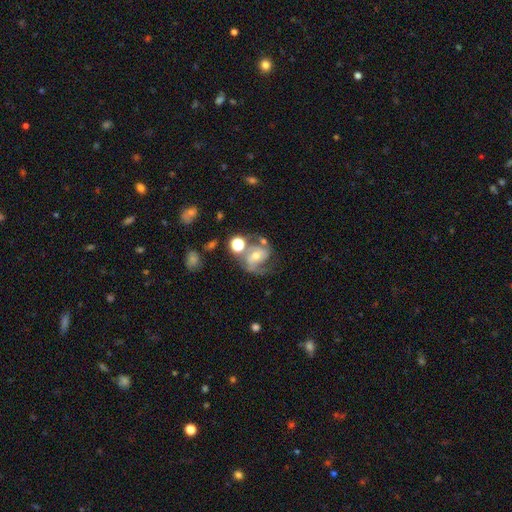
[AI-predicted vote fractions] smooth-or-featured: featured or disk: 74% | smooth: 17% | star or artifact: 10%
  disk-edge-on: no: 97% | yes: 3%
    bar: no: 48% | weak: 34% | strong: 17%
    has-spiral-arms: yes: 90% | no: 10%
      spiral-winding: medium: 51% | loose: 27% | tight: 22%
      spiral-arm-count: 2: 79% | can't tell: 8% | 1: 7% | 3: 4% | 4: 1% | more than 4: 1%
    bulge-size: moderate: 57% | small: 35% | large: 5% | none: 2% | dominant: 1%
  merging: none: 46% | minor disturbance: 19% | major disturbance: 19% | merger: 16%